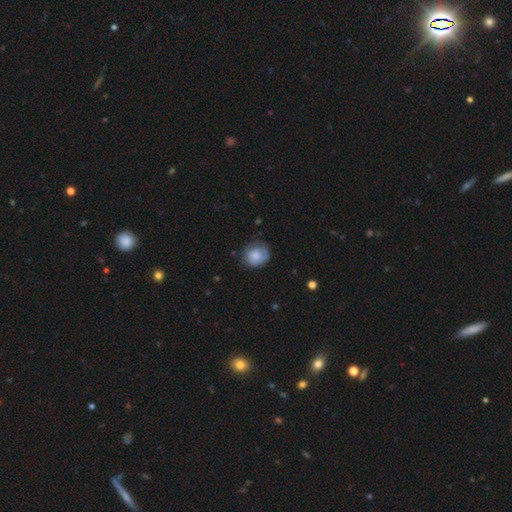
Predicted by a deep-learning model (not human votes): This is likely a smooth galaxy (75%). How rounded: likely round (72%). Merging: likely none (61%).